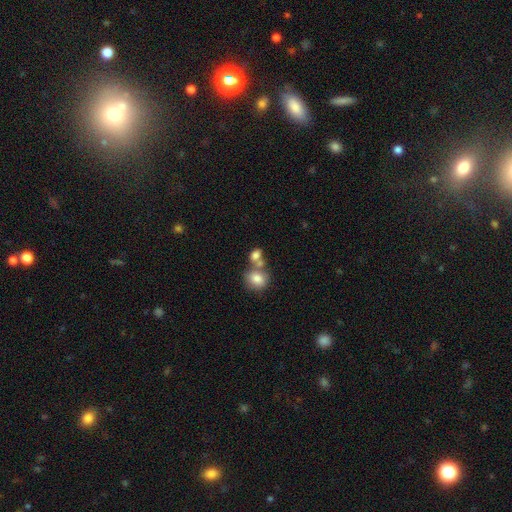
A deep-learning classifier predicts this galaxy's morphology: Q: Smooth or featured?
A: smooth (79%); runner-up: featured or disk (11%)
Q: How rounded?
A: in between (57%); runner-up: round (41%)
Q: Merging?
A: merger (49%); runner-up: none (37%)